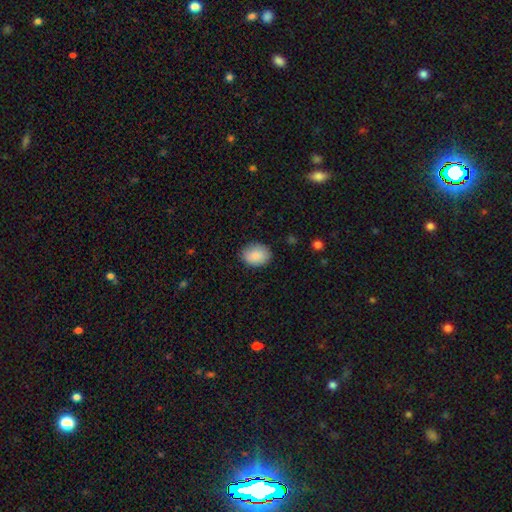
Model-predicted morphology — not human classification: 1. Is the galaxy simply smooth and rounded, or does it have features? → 86% smooth, 7% featured or disk, 7% star or artifact.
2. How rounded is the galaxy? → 63% in between, 36% round, 1% cigar-shaped.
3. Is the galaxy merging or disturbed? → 85% none, 11% minor disturbance, 2% major disturbance, 1% merger.